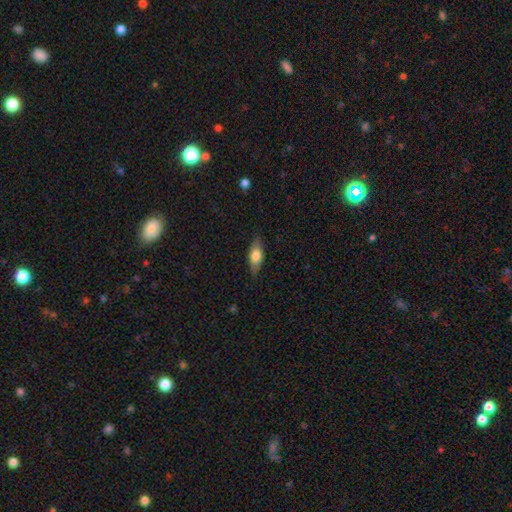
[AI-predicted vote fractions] A smooth galaxy with no disk features (62%) that is in between round and cigar-shaped (71%).

Vote fractions:
- Smooth or featured? smooth: 62% / featured or disk: 31% / star or artifact: 7%
- How rounded? in between: 71% / cigar-shaped: 25% / round: 5%
- Merging? none: 81% / minor disturbance: 14% / major disturbance: 3% / merger: 1%